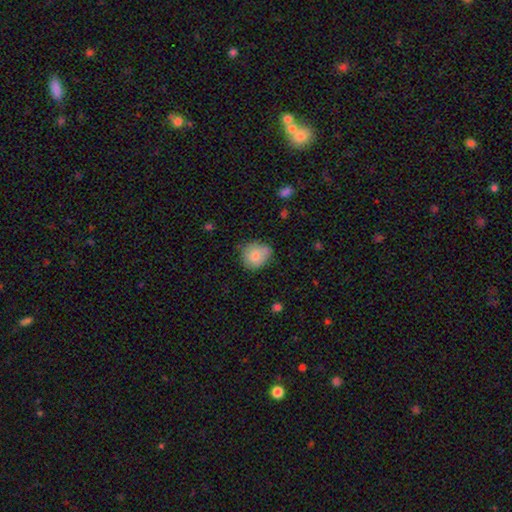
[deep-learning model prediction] Smooth or featured? smooth (81%)
How rounded? round (73%)
Merging? none (63%)